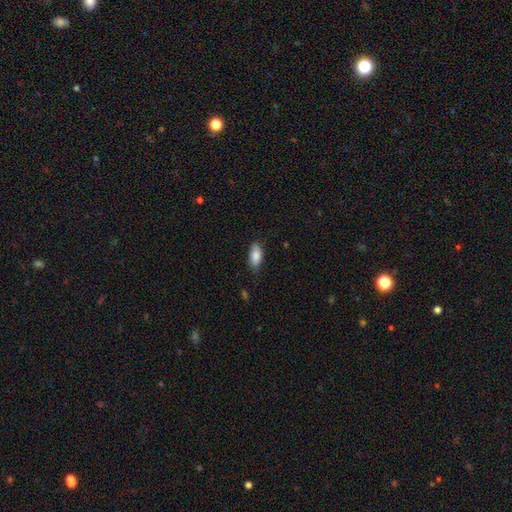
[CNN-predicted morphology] A smooth galaxy with no disk features (86%) that is in between round and cigar-shaped (90%).

Vote fractions:
- Smooth or featured? smooth: 86% / featured or disk: 8% / star or artifact: 7%
- How rounded? in between: 90% / cigar-shaped: 8% / round: 3%
- Merging? none: 80% / minor disturbance: 16% / major disturbance: 3% / merger: 1%